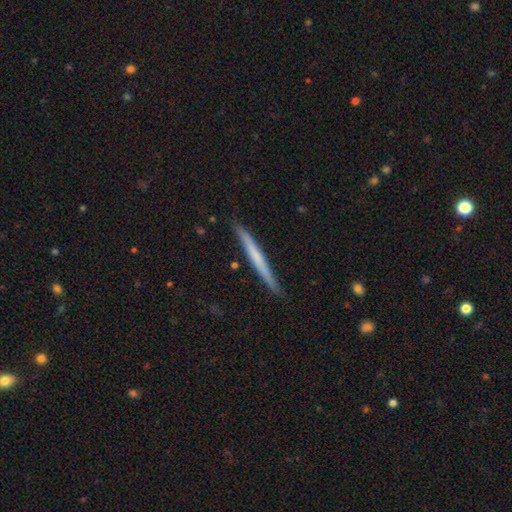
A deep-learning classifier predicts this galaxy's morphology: This is possibly a featured or disk galaxy (53%). It is clearly viewed edge-on (97%). Edge-on bulge: likely none (72%). Merging: clearly none (91%).